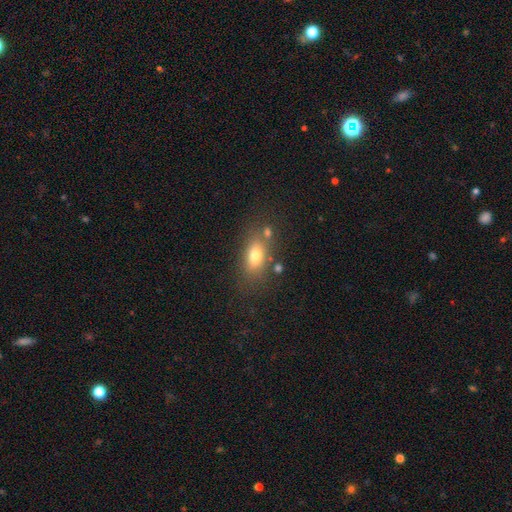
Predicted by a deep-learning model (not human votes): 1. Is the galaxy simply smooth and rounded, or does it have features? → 74% smooth, 15% featured or disk, 11% star or artifact.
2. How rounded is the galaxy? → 79% in between, 13% round, 8% cigar-shaped.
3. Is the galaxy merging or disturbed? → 68% none, 15% minor disturbance, 11% merger, 6% major disturbance.